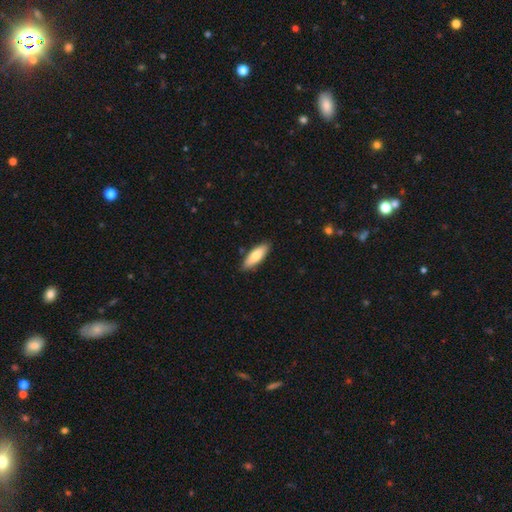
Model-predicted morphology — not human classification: A smooth galaxy with no disk features (75%) that is in between round and cigar-shaped (58%). Merging: none (86%).